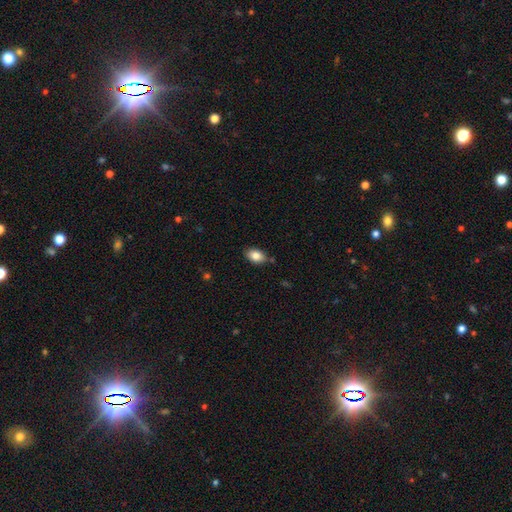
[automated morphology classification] Smooth or featured? Predicted: smooth (p=0.85). How rounded? Predicted: in between (p=0.88). Merging? Predicted: none (p=0.81).